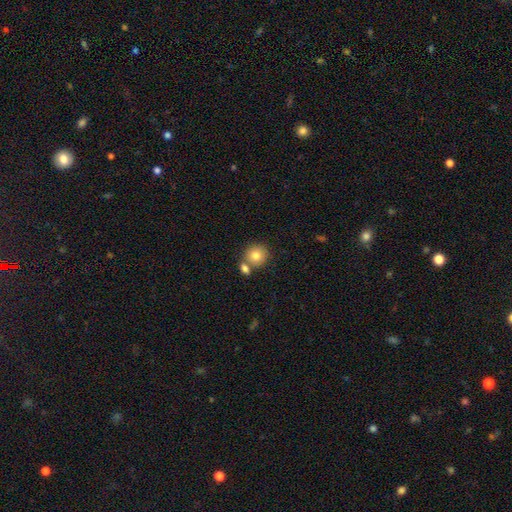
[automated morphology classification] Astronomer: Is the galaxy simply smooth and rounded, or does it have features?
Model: smooth — 80%.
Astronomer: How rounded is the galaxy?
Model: round — 88%.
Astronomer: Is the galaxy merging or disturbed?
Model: none — 61%.